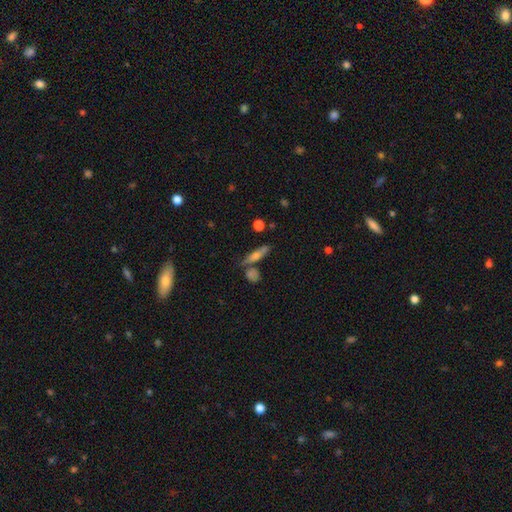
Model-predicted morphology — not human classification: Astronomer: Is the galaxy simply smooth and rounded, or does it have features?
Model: smooth — 51% (runner-up: featured or disk, 40%).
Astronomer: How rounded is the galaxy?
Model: cigar-shaped — 70%.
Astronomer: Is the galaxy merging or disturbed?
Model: none — 67%.